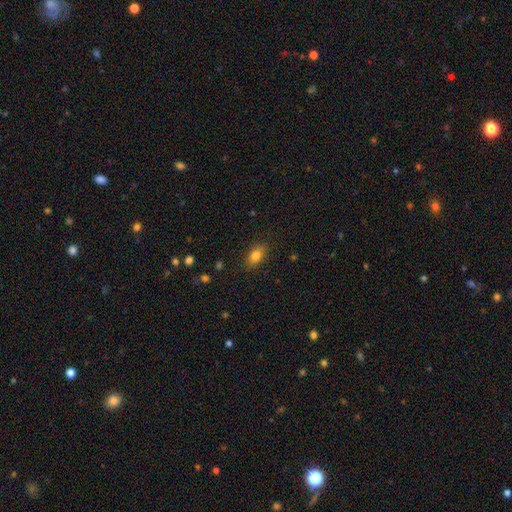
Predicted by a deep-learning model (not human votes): Q: Smooth or featured?
A: smooth (81%); runner-up: star or artifact (10%)
Q: How rounded?
A: in between (82%); runner-up: round (14%)
Q: Merging?
A: none (86%); runner-up: minor disturbance (11%)